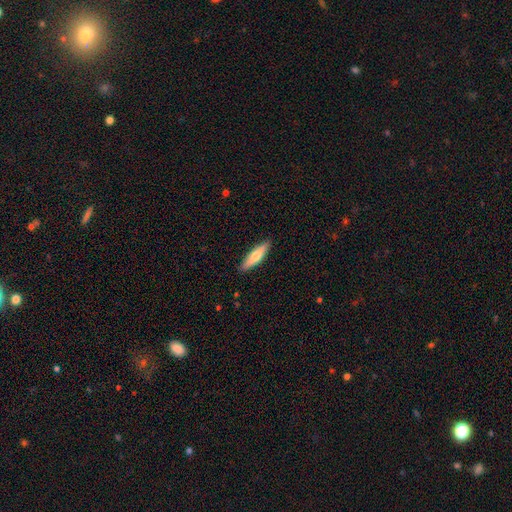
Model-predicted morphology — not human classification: This is likely a smooth galaxy (67%). How rounded: likely cigar-shaped (73%). Merging: clearly none (89%).